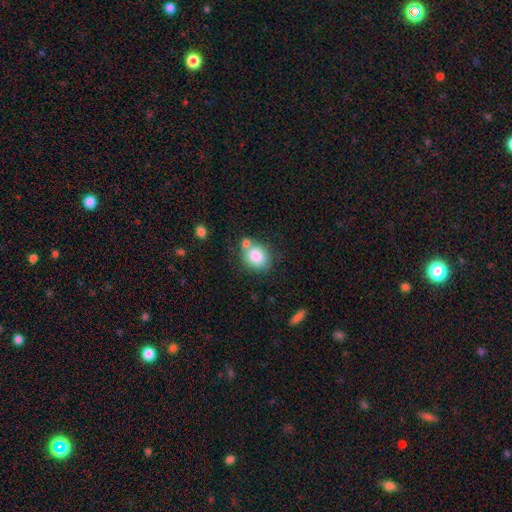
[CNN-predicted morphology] This appears to be a smooth galaxy with no disk features (83%) that is in between round and cigar-shaped (50%). Merging: none (59%).